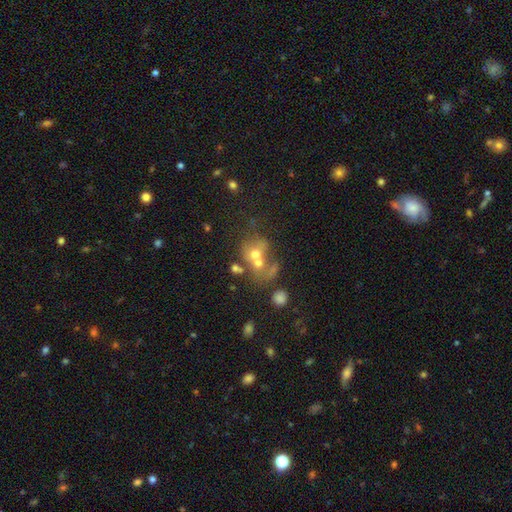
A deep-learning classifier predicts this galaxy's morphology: This is possibly a smooth galaxy (46%). Merging: possibly merger (52%).